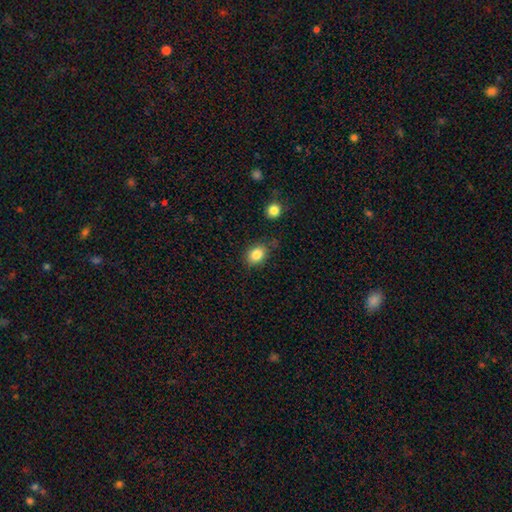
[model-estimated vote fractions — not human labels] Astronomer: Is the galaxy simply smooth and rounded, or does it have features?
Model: smooth — 85%.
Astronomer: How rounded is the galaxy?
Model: in between — 65%.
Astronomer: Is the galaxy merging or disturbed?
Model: none — 77%.